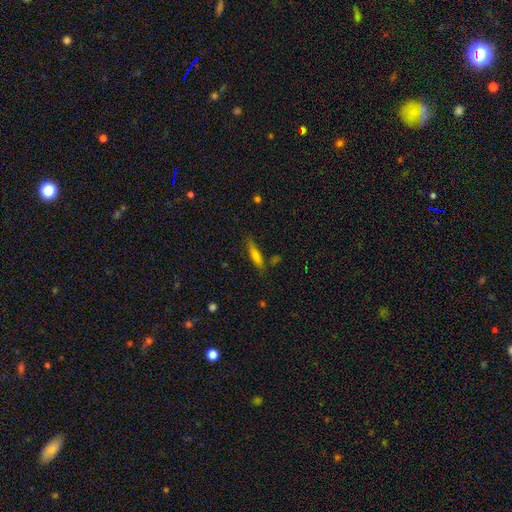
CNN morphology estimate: smooth 71%, featured or disk 21%, star or artifact 8%. Down the decision tree: how rounded — cigar-shaped (79%); merging — none (77%).